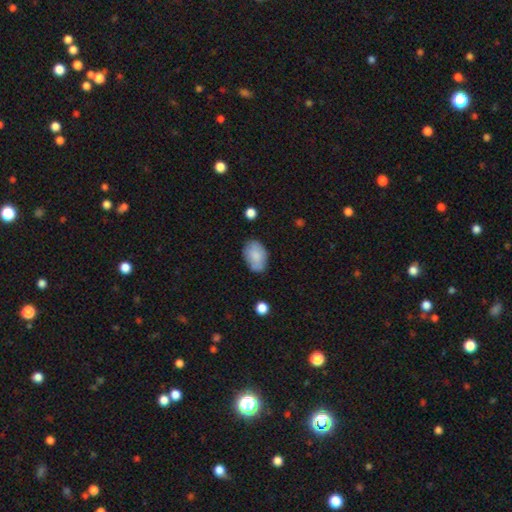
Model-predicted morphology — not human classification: This appears to be a smooth galaxy with no disk features (80%) that is in between round and cigar-shaped (89%). Merging: none (71%).